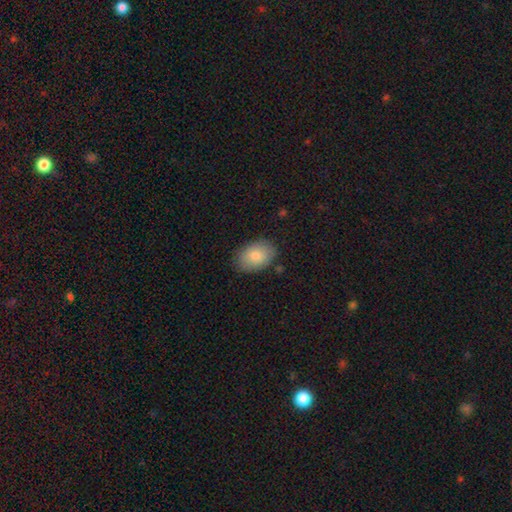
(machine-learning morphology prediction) This is clearly a smooth galaxy (83%). How rounded: clearly in between (86%). Merging: clearly none (84%).